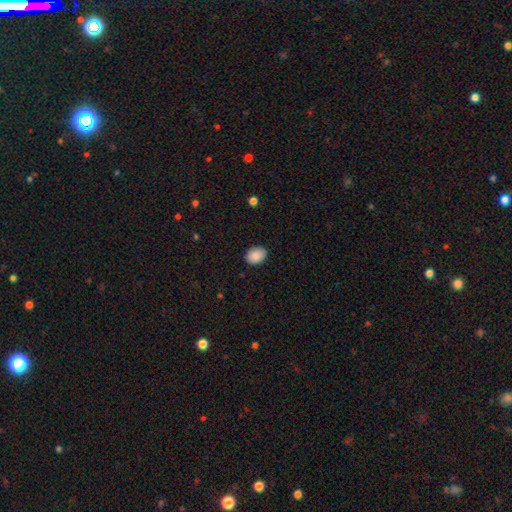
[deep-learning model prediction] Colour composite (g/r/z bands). It shows a smooth galaxy with no disk features (89%) that is in between round and cigar-shaped (75%). Merging: none (88%).